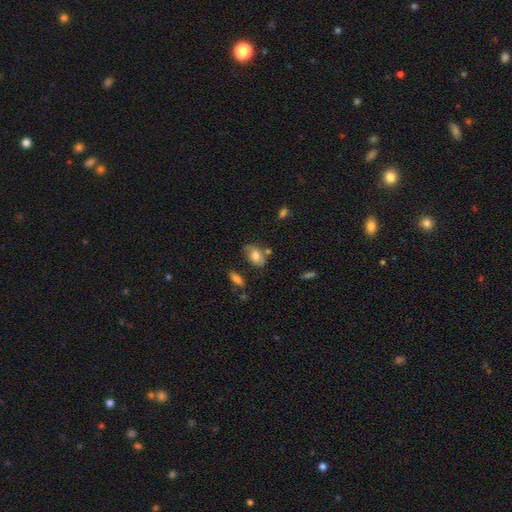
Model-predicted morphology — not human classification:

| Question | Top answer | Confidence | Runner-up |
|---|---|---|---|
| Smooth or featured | smooth | 72% | featured or disk (20%) |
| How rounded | in between | 87% | round (11%) |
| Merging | none | 61% | minor disturbance (24%) |